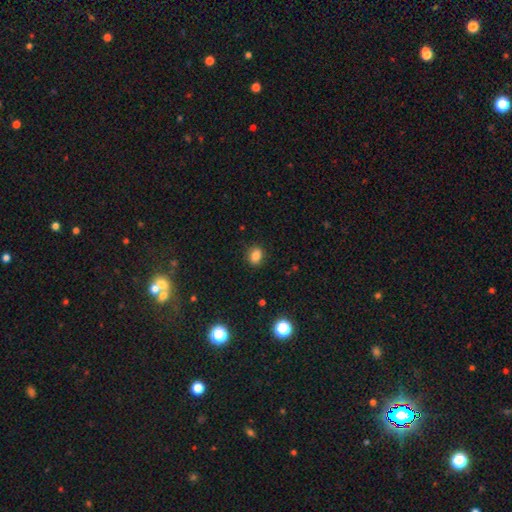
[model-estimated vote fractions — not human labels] Smooth or featured? Predicted: smooth (p=0.83). How rounded? Predicted: in between (p=0.55). Merging? Predicted: none (p=0.86).